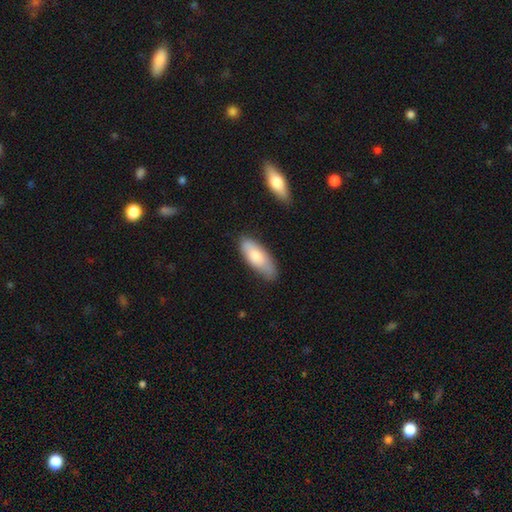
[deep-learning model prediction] This appears to be a smooth galaxy with no disk features (77%) that is in between round and cigar-shaped (75%). Merging: none (74%).